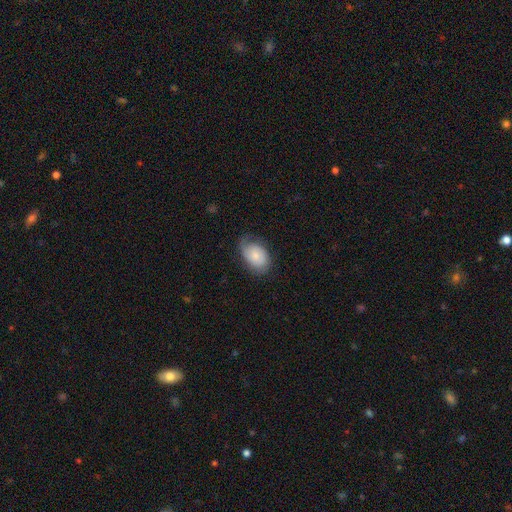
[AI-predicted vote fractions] Smooth or featured: smooth — 71% (featured or disk — 22%)
How rounded: in between — 86% (round — 13%)
Merging: none — 56% (minor disturbance — 31%)